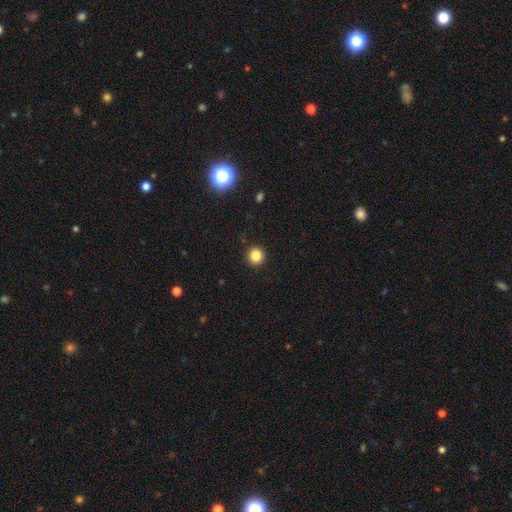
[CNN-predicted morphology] The model was most divided on "smooth or featured": smooth: 83%, star or artifact: 12%, featured or disk: 5%. More confident: how rounded — round (94%); merging — none (93%).